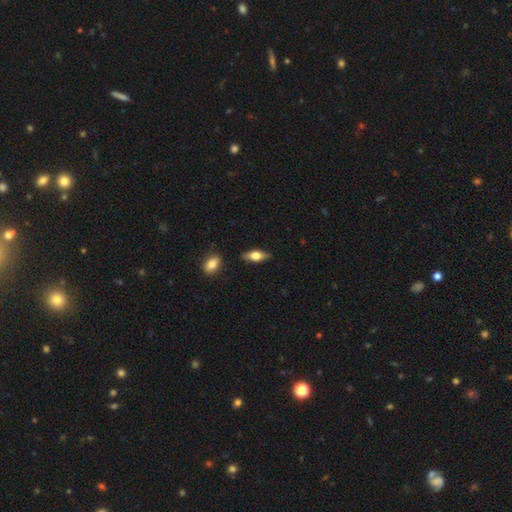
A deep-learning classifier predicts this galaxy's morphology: This is likely a smooth galaxy (66%). How rounded: likely in between (78%). Merging: clearly none (85%).